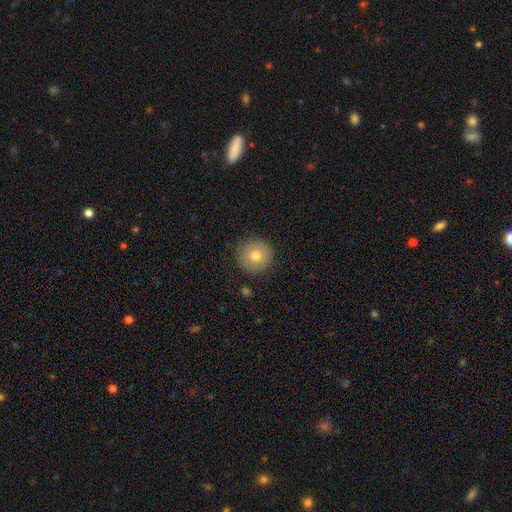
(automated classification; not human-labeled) A smooth galaxy with no disk features (76%) that is round (96%).

Vote fractions:
- Smooth or featured? smooth: 76% / featured or disk: 15% / star or artifact: 10%
- How rounded? round: 96% / in between: 3% / cigar-shaped: 1%
- Merging? none: 90% / minor disturbance: 7% / major disturbance: 2% / merger: 1%